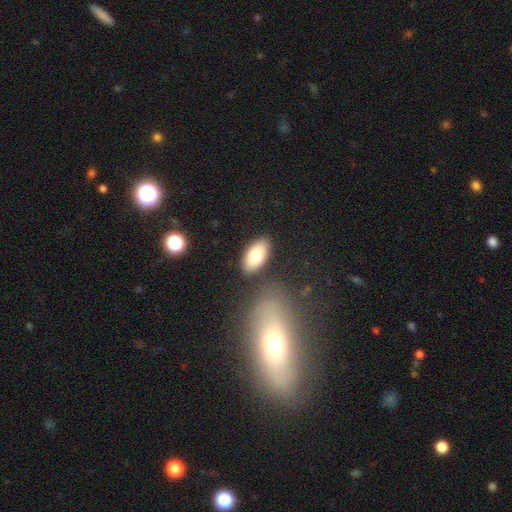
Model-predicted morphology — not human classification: This is likely a smooth galaxy (78%). How rounded: clearly in between (93%). Merging: clearly none (84%).